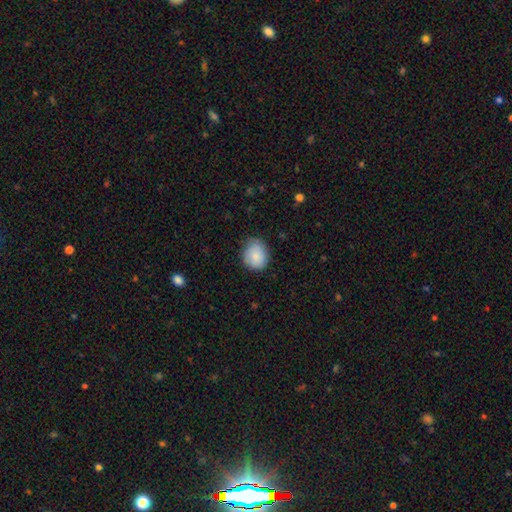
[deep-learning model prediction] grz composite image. It shows a smooth galaxy with no disk features (84%) that is round (70%). Merging: none (71%).